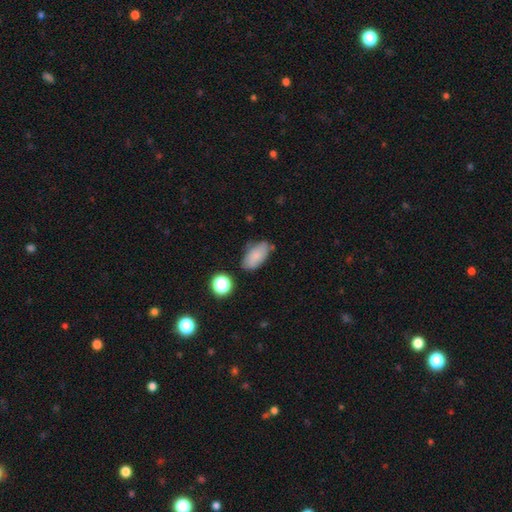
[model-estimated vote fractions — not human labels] Smooth or featured: smooth — 79% (featured or disk — 12%)
How rounded: in between — 91% (round — 5%)
Merging: none — 67% (minor disturbance — 22%)